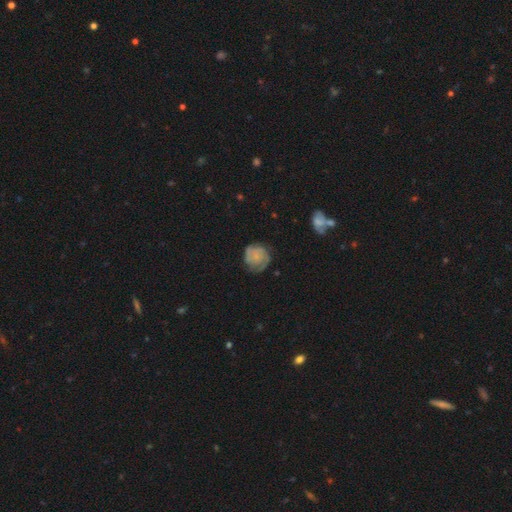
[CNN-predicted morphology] type=featured or disk (59%); edge-on=no (98%); bar=no (78%); spiral arms=yes (89%); winding=tight (61%); arm count=2 (38%); bulge=none (43%); merging=none (68%).